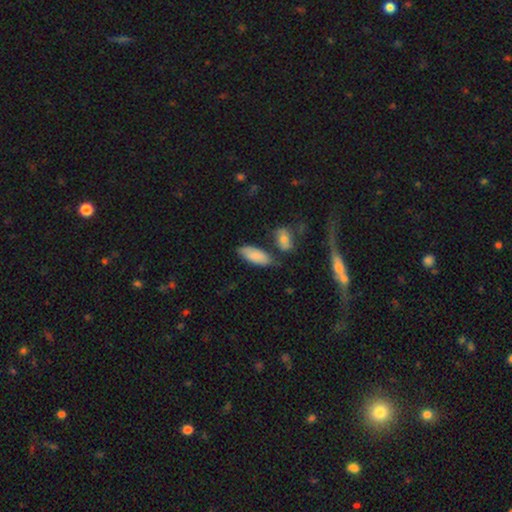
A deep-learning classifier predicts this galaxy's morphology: smooth-or-featured: smooth: 82% | featured or disk: 12% | star or artifact: 6%
  how-rounded: in between: 82% | cigar-shaped: 16% | round: 2%
  merging: none: 68% | minor disturbance: 18% | merger: 10% | major disturbance: 4%